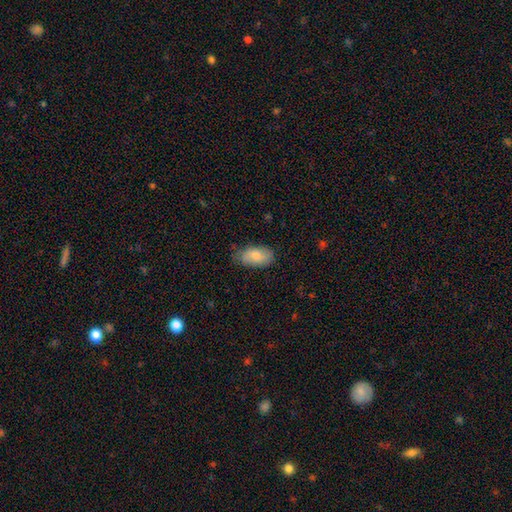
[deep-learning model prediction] The model was most divided on "merging": none: 72%, minor disturbance: 23%, major disturbance: 4%, merger: 1%. More confident: how rounded — in between (93%); smooth or featured — smooth (79%).